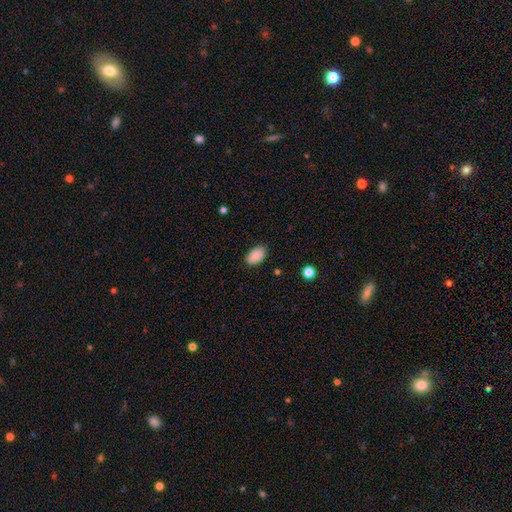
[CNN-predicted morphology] smooth 88%, star or artifact 7%, featured or disk 4%. Down the decision tree: how rounded — in between (91%); merging — none (83%).